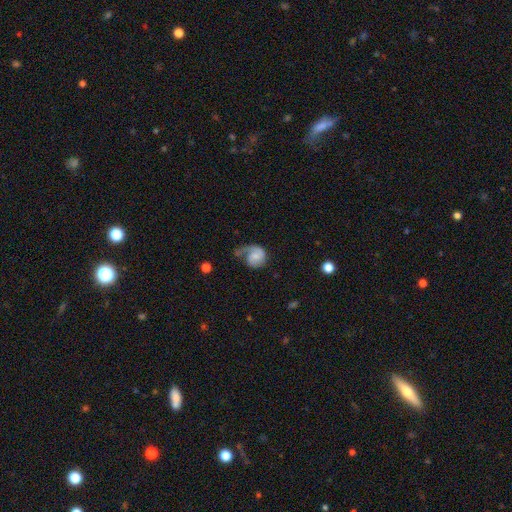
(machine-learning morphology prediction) A featured or disk galaxy (61%) with no bar (62%), 1 (64%) medium (37%) spiral arms (90%) and a small central bulge (44%).

Vote fractions:
- Smooth or featured? featured or disk: 61% / smooth: 32% / star or artifact: 7%
- Edge-on disk? no: 98% / yes: 2%
- Bar? no: 62% / weak: 32% / strong: 6%
- Spiral arms? yes: 90% / no: 10%
- Spiral winding? medium: 37% / loose: 34% / tight: 29%
- Spiral arm count? 1: 64% / 2: 27% / can't tell: 6% / 3: 1% / 4: 1% / more than 4: 1%
- Bulge size? small: 44% / moderate: 25% / none: 24% / large: 5% / dominant: 2%
- Merging? major disturbance: 37% / none: 35% / minor disturbance: 24% / merger: 3%